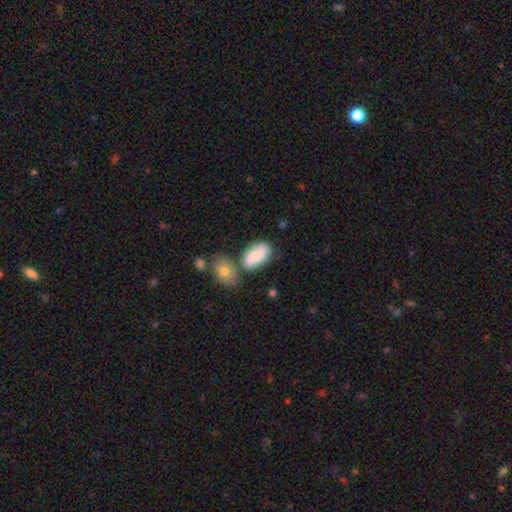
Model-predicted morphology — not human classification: This is likely a smooth galaxy (71%). How rounded: clearly in between (92%). Merging: possibly none (59%).